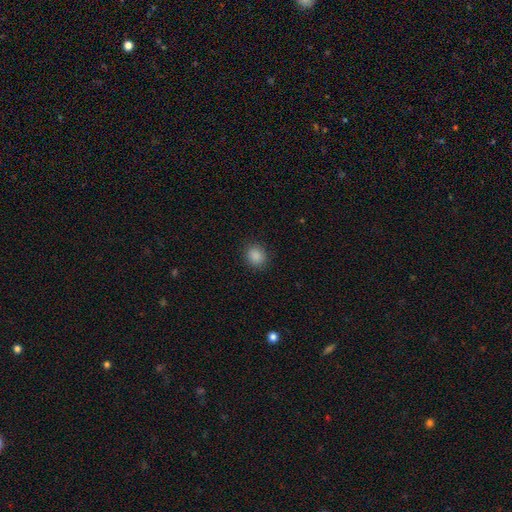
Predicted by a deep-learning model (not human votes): Q: Smooth or featured?
A: smooth (88%); runner-up: star or artifact (9%)
Q: How rounded?
A: round (74%); runner-up: in between (25%)
Q: Merging?
A: none (89%); runner-up: minor disturbance (8%)